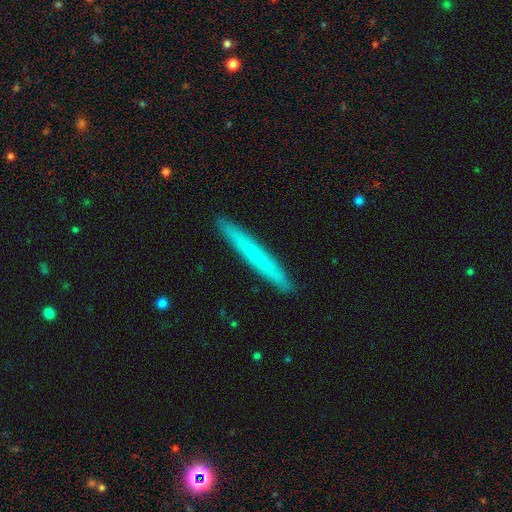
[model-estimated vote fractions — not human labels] Smooth or featured? Predicted: smooth (p=0.62). How rounded? Predicted: cigar-shaped (p=0.97). Merging? Predicted: none (p=0.93).